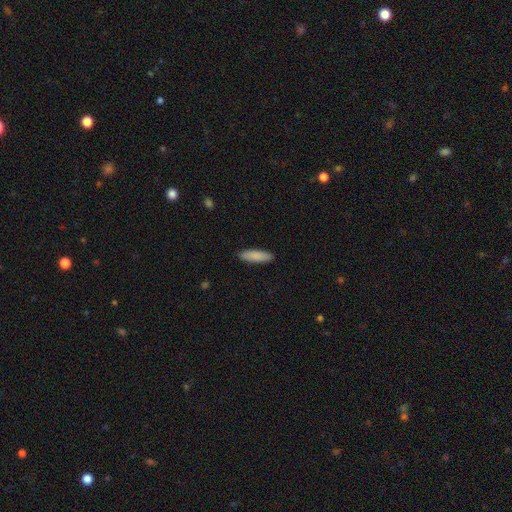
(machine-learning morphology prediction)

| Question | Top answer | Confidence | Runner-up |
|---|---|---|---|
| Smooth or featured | smooth | 87% | featured or disk (7%) |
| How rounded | cigar-shaped | 63% | in between (35%) |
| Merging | none | 90% | minor disturbance (7%) |